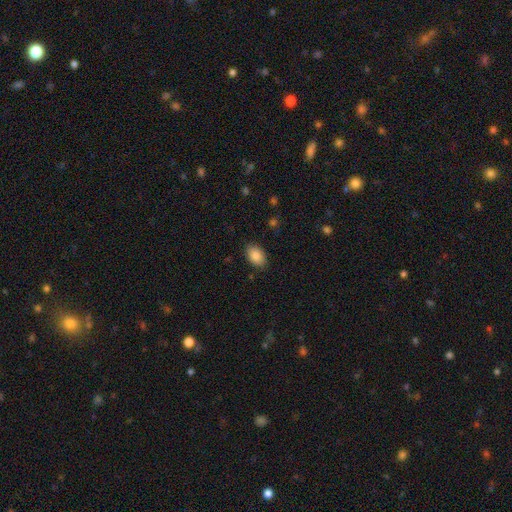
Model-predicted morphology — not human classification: The model was most divided on "how rounded": in between: 88%, round: 11%, cigar-shaped: 1%. More confident: smooth or featured — smooth (87%); merging — none (87%).